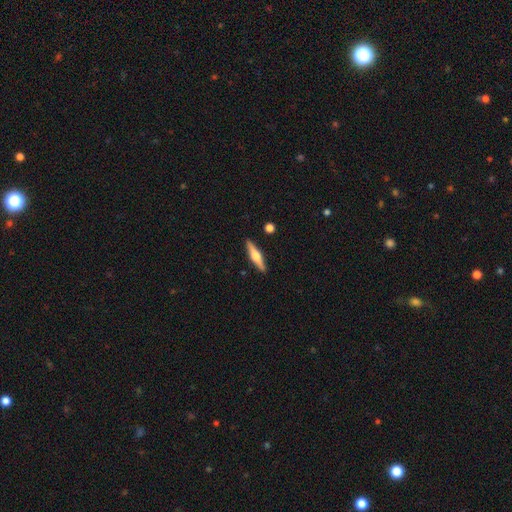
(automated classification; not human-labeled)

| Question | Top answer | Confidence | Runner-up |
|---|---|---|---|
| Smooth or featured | featured or disk | 63% | smooth (32%) |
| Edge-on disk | yes | 97% | no (3%) |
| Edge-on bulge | rounded | 90% | boxy (7%) |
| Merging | none | 90% | minor disturbance (7%) |